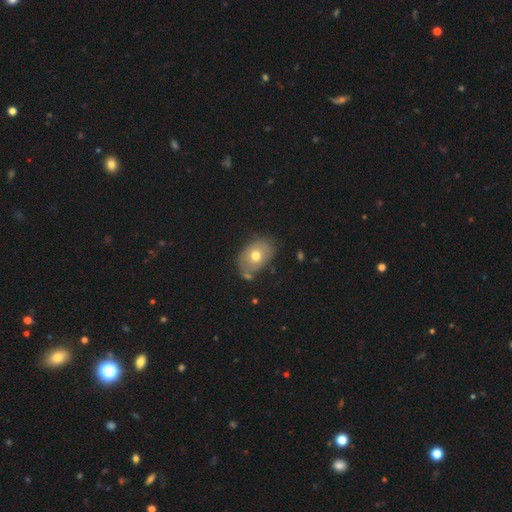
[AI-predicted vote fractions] This is likely a smooth galaxy (66%). How rounded: likely in between (80%). Merging: likely none (67%).